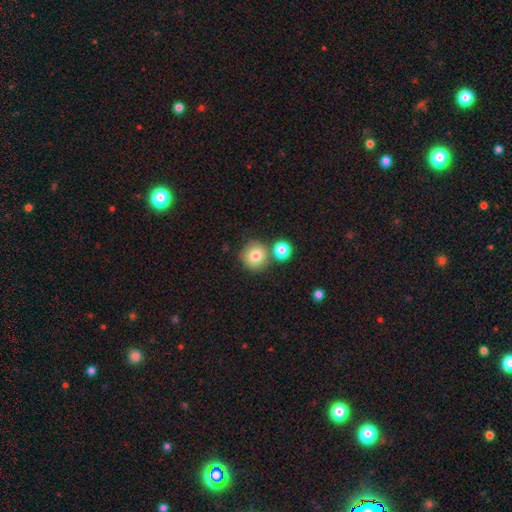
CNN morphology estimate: Smooth or featured? Predicted: smooth (p=0.80). How rounded? Predicted: round (p=0.92). Merging? Predicted: none (p=0.69).